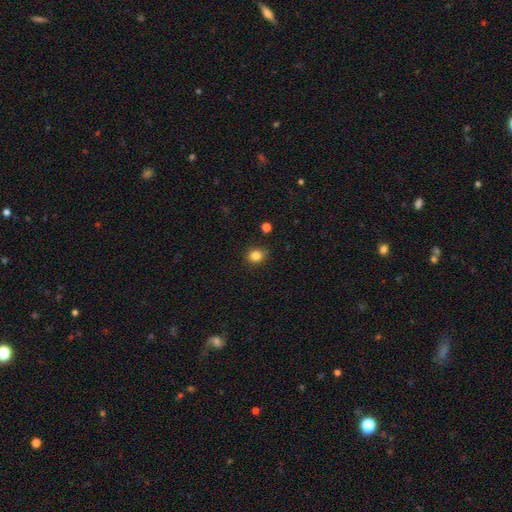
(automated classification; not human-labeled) smooth 84%, star or artifact 12%, featured or disk 5%. Down the decision tree: how rounded — round (76%); merging — none (83%).